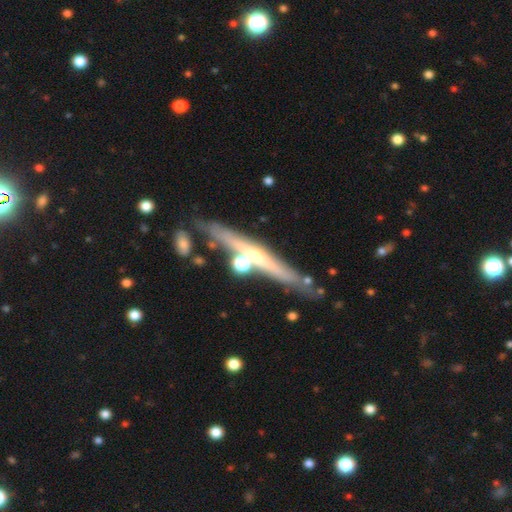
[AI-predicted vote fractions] Smooth or featured? Predicted: featured or disk (p=0.72). Edge-on disk? Predicted: yes (p=0.94). Edge-on bulge? Predicted: rounded (p=0.71). Merging? Predicted: none (p=0.76).